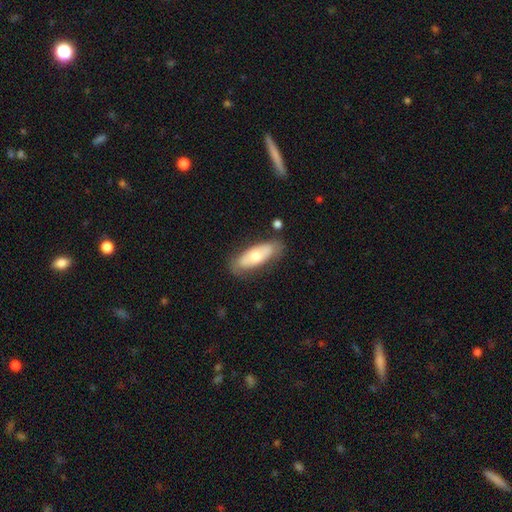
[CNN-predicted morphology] smooth_or_featured: smooth (p=0.58) [alt: featured or disk p=0.37]
how_rounded: in between (p=0.72) [alt: cigar-shaped p=0.26]
merging: none (p=0.76) [alt: minor disturbance p=0.16]